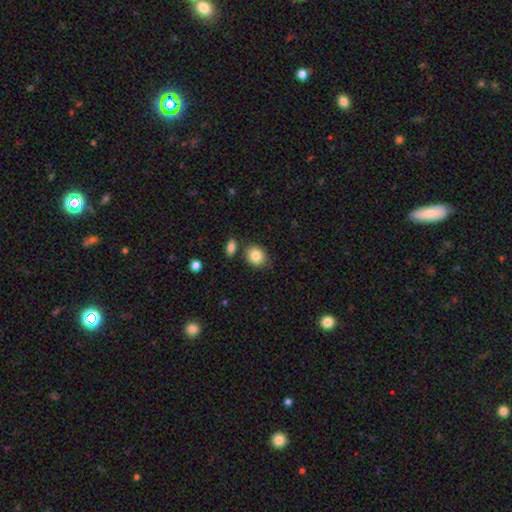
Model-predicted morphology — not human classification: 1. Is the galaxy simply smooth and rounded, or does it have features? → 85% smooth, 8% star or artifact, 7% featured or disk.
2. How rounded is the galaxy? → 63% round, 36% in between, 1% cigar-shaped.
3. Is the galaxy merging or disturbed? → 79% none, 11% minor disturbance, 8% merger, 3% major disturbance.